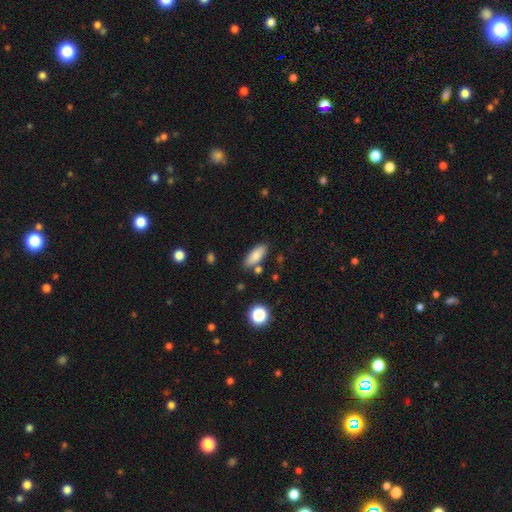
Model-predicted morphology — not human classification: Smooth or featured? Predicted: smooth (p=0.83). How rounded? Predicted: in between (p=0.79). Merging? Predicted: none (p=0.77).